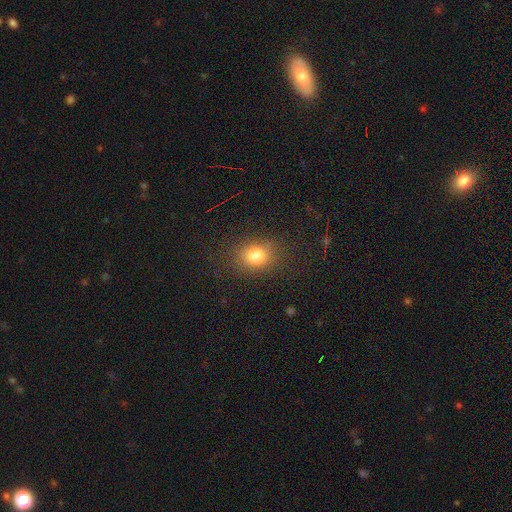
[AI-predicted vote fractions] This is likely a smooth galaxy (79%). How rounded: possibly round (54%). Merging: clearly none (83%).